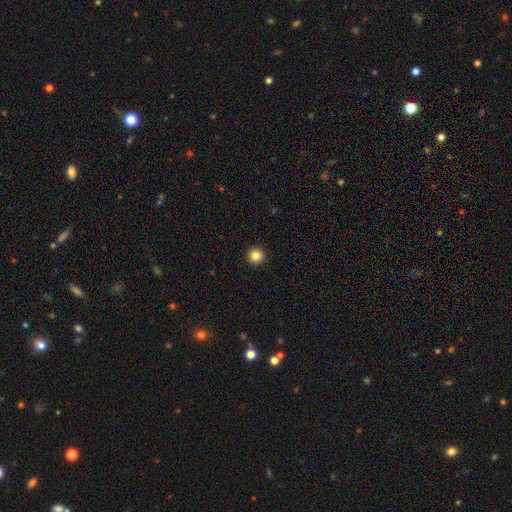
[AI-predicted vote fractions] Smooth or featured? Predicted: smooth (p=0.85). How rounded? Predicted: round (p=0.96). Merging? Predicted: none (p=0.94).